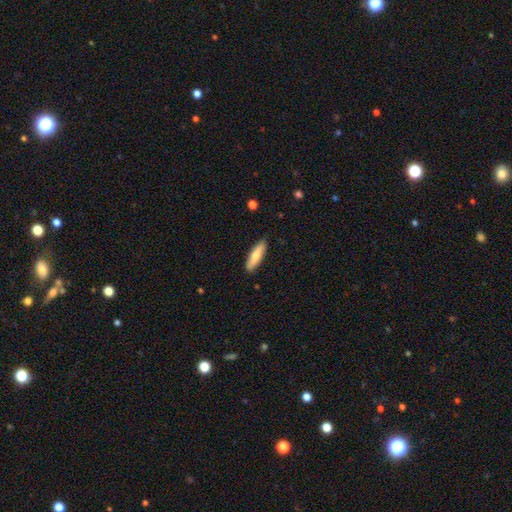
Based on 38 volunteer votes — Smooth or featured: smooth — 66% (featured or disk — 32%)
How rounded: cigar-shaped — 72% (in between — 24%)
Merging: none — 73% (minor disturbance — 16%)